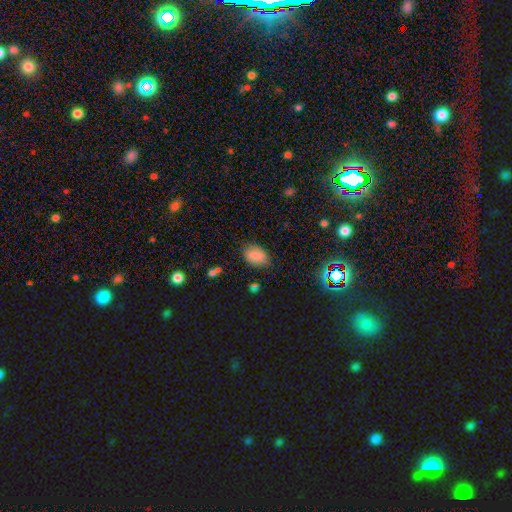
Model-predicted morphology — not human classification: This is clearly a smooth galaxy (82%). How rounded: clearly in between (89%). Merging: likely none (78%).